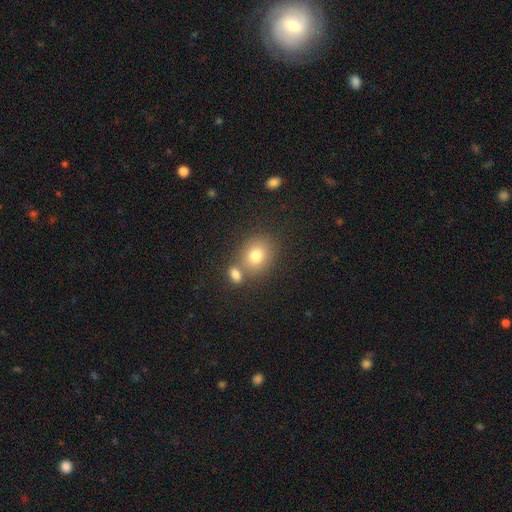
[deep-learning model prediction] This appears to be a smooth galaxy with no disk features (78%) that is round (64%). Merging: none (61%).